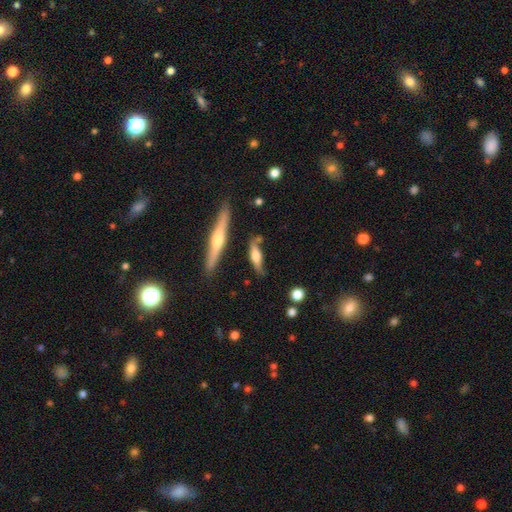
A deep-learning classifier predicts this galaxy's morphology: smooth-or-featured: featured or disk: 50% | smooth: 44% | star or artifact: 7%
  merging: none: 67% | minor disturbance: 19% | merger: 8% | major disturbance: 5%